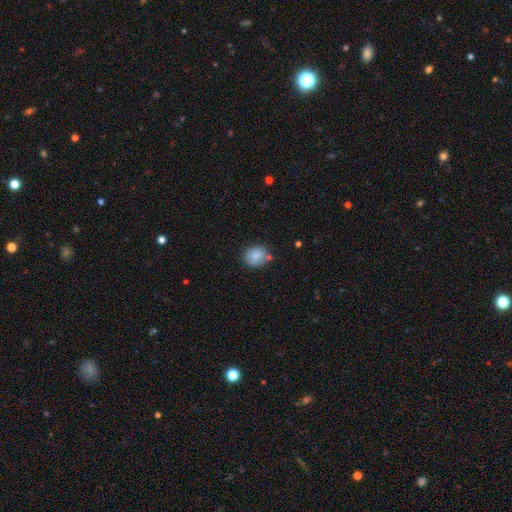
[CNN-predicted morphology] Smooth or featured? smooth (84%)
How rounded? round (66%)
Merging? none (76%)